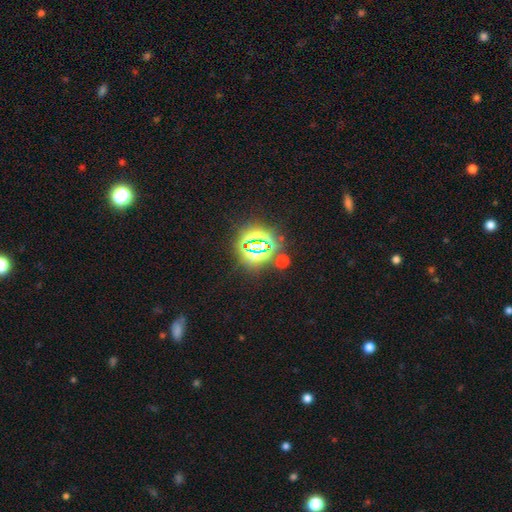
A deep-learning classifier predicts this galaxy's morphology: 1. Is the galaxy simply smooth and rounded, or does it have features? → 76% star or artifact, 15% smooth, 9% featured or disk.